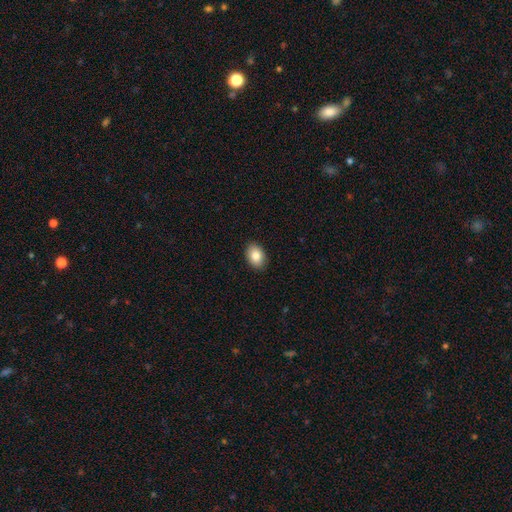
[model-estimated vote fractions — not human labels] smooth 85%, featured or disk 8%, star or artifact 8%. Down the decision tree: how rounded — in between (84%); merging — none (90%).